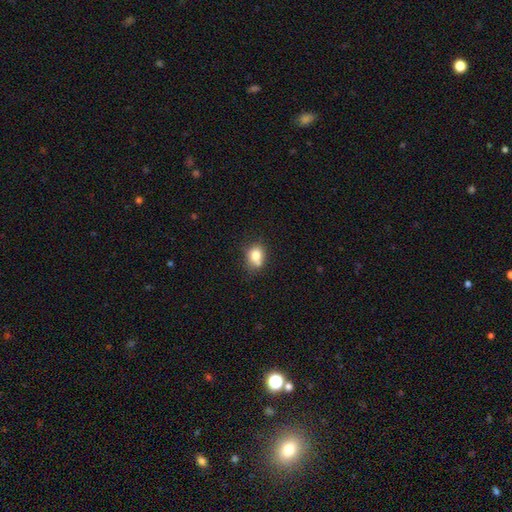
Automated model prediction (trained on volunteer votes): This is likely a smooth galaxy (77%). How rounded: possibly round (57%). Merging: possibly none (57%).